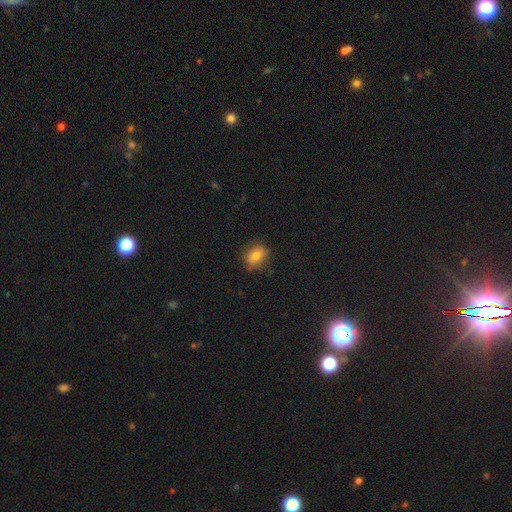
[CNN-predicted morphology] smooth_or_featured: smooth (p=0.78) [alt: featured or disk p=0.12]
how_rounded: in between (p=0.62) [alt: round p=0.35]
merging: none (p=0.78) [alt: minor disturbance p=0.17]